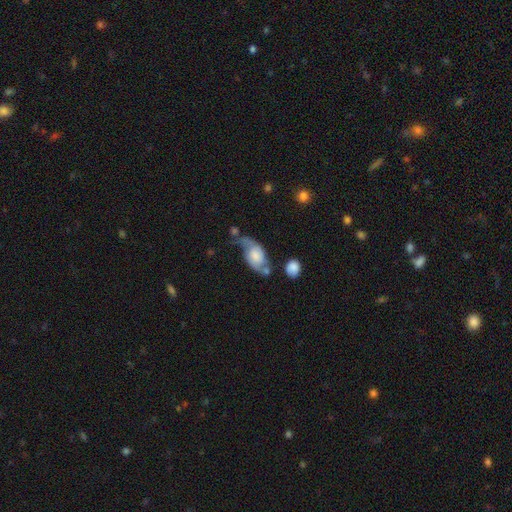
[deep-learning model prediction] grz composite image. It shows a featured or disk galaxy (54%) with no bar (65%), spiral arms (82%) and a moderate central bulge (31%). Merging: none (31%).